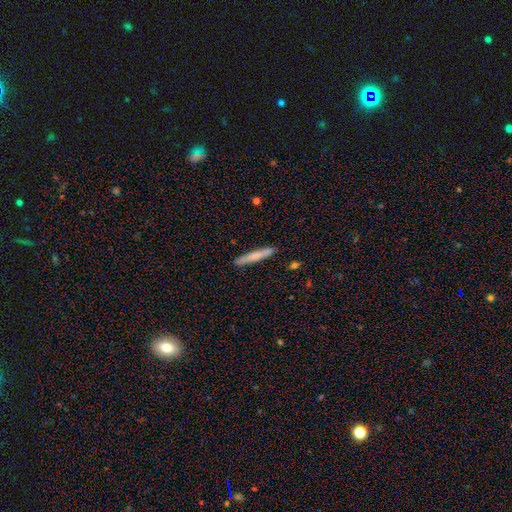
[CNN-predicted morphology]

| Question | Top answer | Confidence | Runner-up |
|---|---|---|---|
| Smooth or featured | smooth | 71% | featured or disk (24%) |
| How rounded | cigar-shaped | 95% | in between (4%) |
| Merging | none | 89% | minor disturbance (8%) |